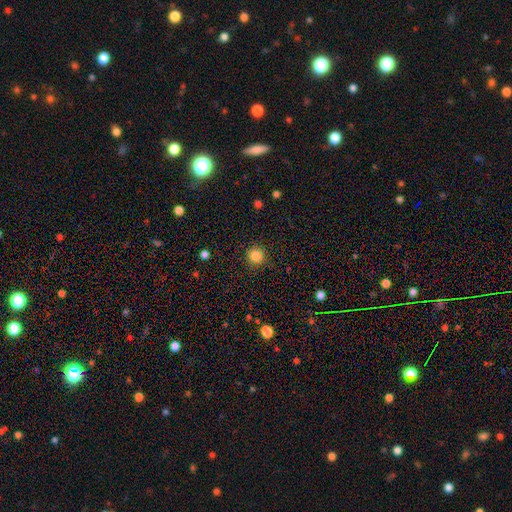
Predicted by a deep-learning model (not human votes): The model was most divided on "smooth or featured": smooth: 84%, star or artifact: 12%, featured or disk: 4%. More confident: how rounded — round (94%); merging — none (90%).